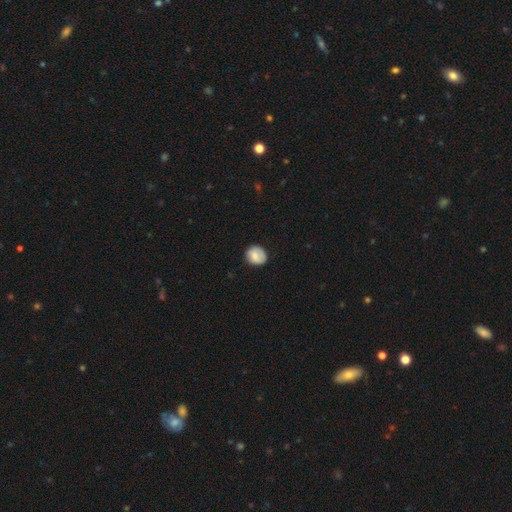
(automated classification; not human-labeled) Smooth or featured? smooth (74%)
How rounded? round (77%)
Merging? none (79%)